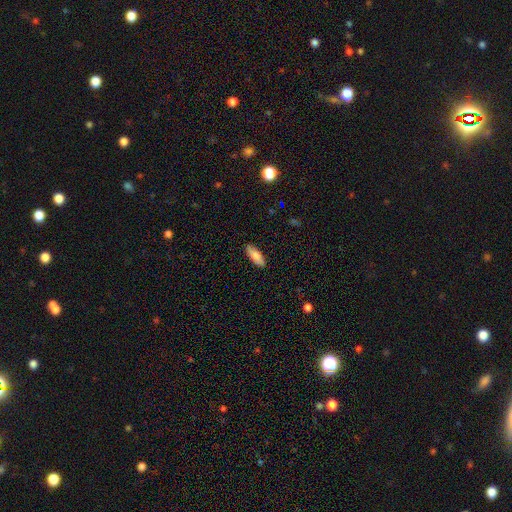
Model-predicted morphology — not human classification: Q: Smooth or featured?
A: smooth (82%); runner-up: featured or disk (12%)
Q: How rounded?
A: in between (66%); runner-up: cigar-shaped (33%)
Q: Merging?
A: none (88%); runner-up: minor disturbance (9%)